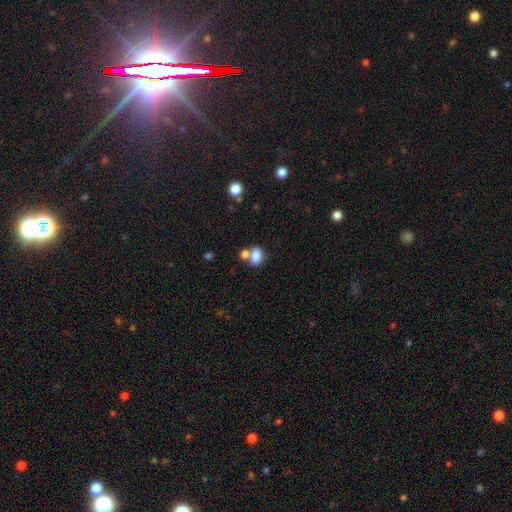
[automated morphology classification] type=smooth (81%); roundness=in between (80%); merging=none (42%, tied with merger).